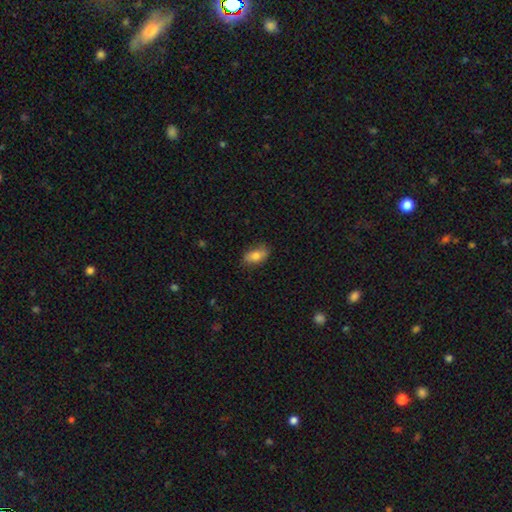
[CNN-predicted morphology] This is likely a smooth galaxy (77%). How rounded: clearly in between (89%). Merging: likely none (78%).